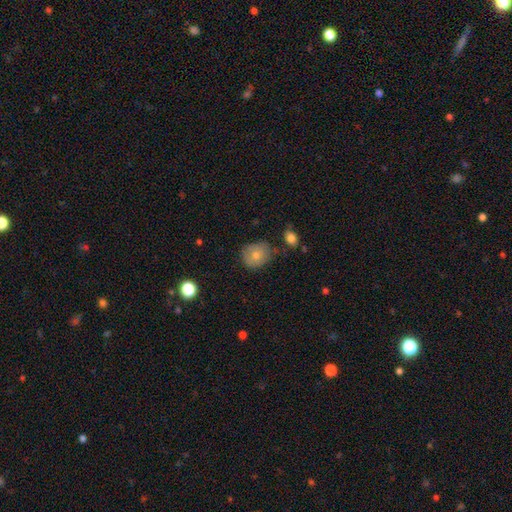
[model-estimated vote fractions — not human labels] Morphology: type=smooth (64%); roundness=round (72%); merging=none (67%).